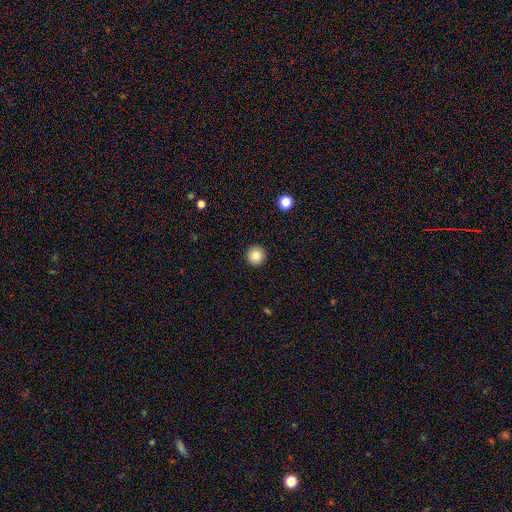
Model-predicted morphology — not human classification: smooth 83%, star or artifact 10%, featured or disk 7%. Down the decision tree: how rounded — round (96%); merging — none (94%).